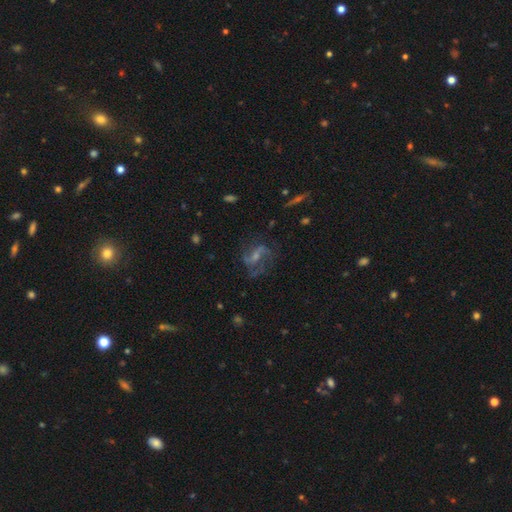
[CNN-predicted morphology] Smooth or featured? featured or disk (68%)
Edge-on disk? no (95%)
Bar? weak (47%)
Spiral arms? yes (85%)
Spiral winding? medium (43%)
Spiral arm count? 2 (59%)
Bulge size? small (49%)
Merging? none (63%)